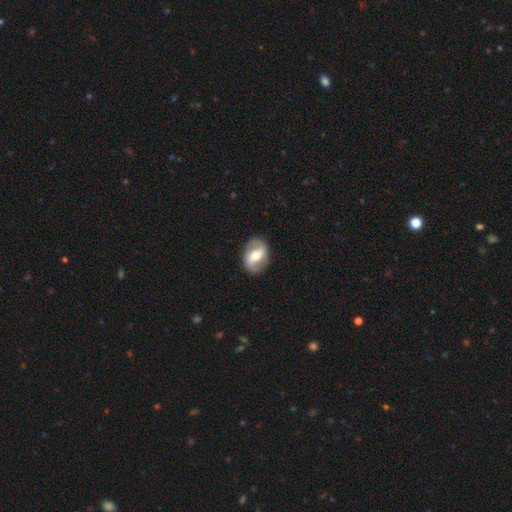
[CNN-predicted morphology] type=featured or disk (70%); edge-on=no (96%); bar=strong (40%); spiral arms=yes (79%); winding=loose (41%); arm count=2 (90%); bulge=moderate (69%); merging=none (86%).